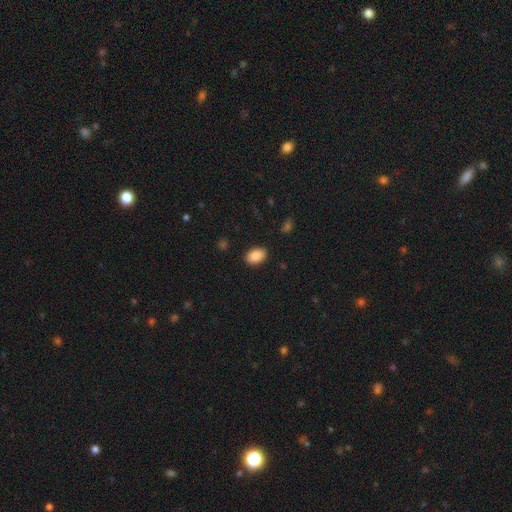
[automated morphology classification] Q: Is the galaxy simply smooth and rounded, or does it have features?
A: smooth — 89%.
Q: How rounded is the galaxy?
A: in between — 88%.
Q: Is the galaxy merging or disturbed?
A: none — 88%.